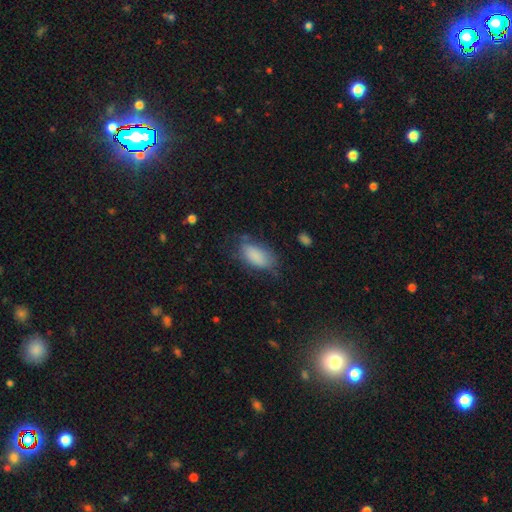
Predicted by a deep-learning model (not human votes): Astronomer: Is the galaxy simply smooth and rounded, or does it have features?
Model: smooth — 83%.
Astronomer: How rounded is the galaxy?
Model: in between — 91%.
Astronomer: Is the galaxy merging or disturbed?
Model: none — 56%.